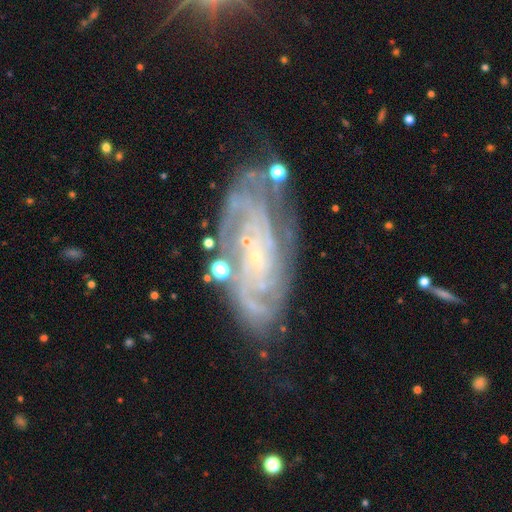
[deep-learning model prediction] Smooth or featured: featured or disk — 86% (star or artifact — 7%)
Edge-on disk: no — 94% (yes — 6%)
Bar: no — 68% (weak — 23%)
Spiral arms: yes — 96% (no — 4%)
Spiral winding: tight — 72% (medium — 23%)
Spiral arm count: can't tell — 31% (2 — 19%)
Bulge size: small — 85% (moderate — 7%)
Merging: none — 70% (minor disturbance — 19%)